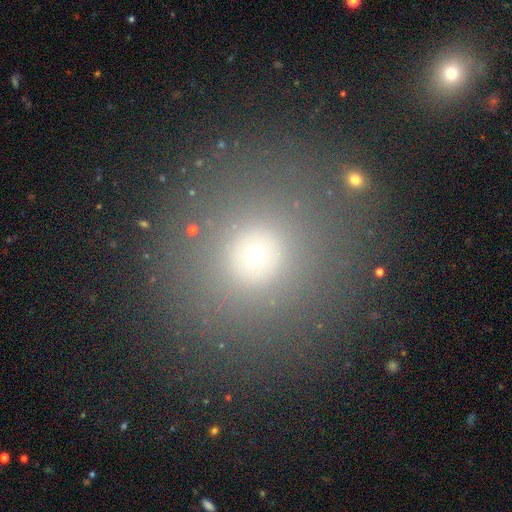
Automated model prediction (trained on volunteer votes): The model was most divided on "smooth or featured": smooth: 67%, star or artifact: 22%, featured or disk: 11%. More confident: how rounded — round (82%); merging — none (81%).